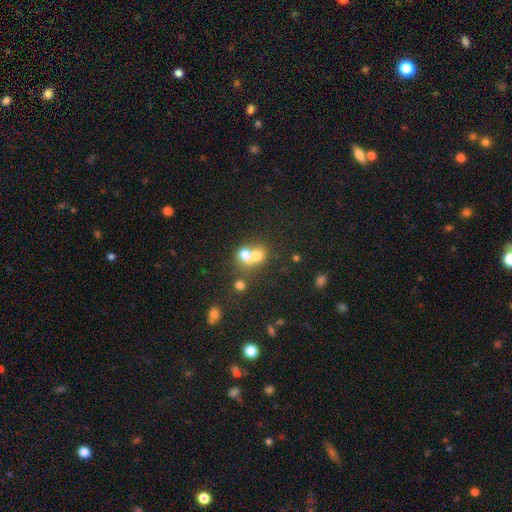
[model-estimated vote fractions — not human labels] Morphology: type=smooth (63%); roundness=round (68%); merging=merger (64%).